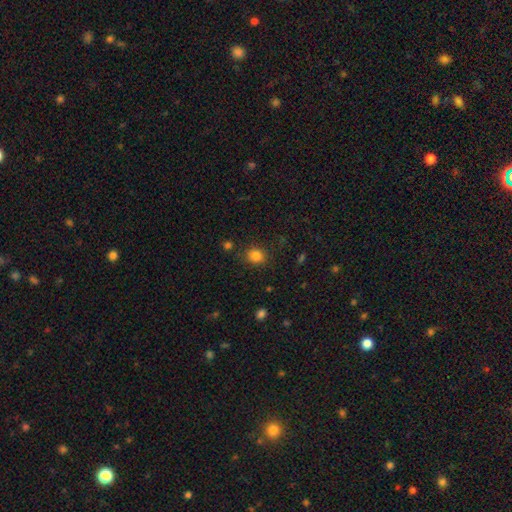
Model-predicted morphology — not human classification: This appears to be a smooth galaxy with no disk features (83%) that is round (68%). Merging: none (85%).